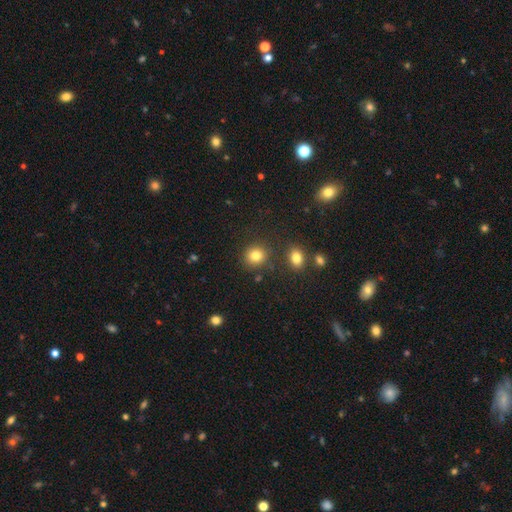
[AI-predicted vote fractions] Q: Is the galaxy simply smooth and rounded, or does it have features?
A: smooth — 82%.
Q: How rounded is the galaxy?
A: round — 81%.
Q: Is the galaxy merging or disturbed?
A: none — 83%.